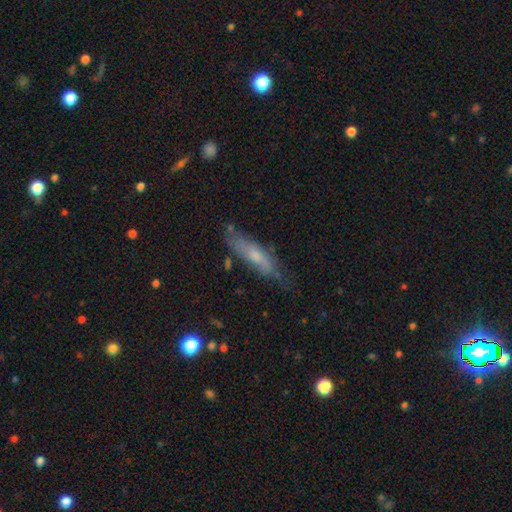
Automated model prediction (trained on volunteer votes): Smooth or featured: smooth — 51% (featured or disk — 42%)
How rounded: cigar-shaped — 69% (in between — 30%)
Merging: none — 61% (minor disturbance — 27%)